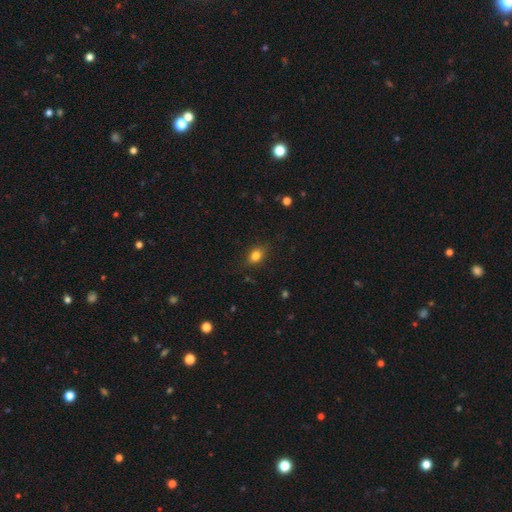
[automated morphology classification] This appears to be a smooth galaxy with no disk features (82%) that is in between round and cigar-shaped (64%). Merging: none (82%).